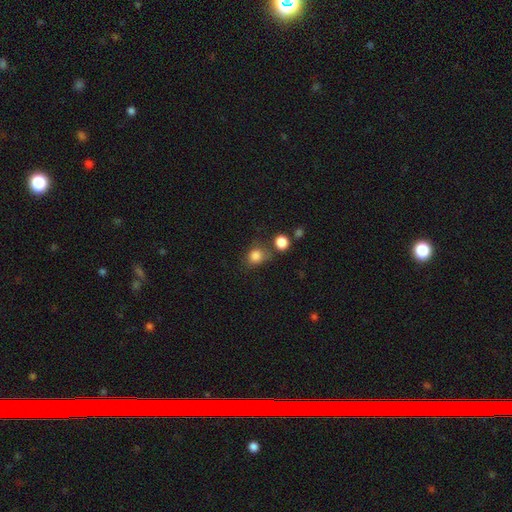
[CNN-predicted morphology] Q: Smooth or featured?
A: smooth (83%); runner-up: star or artifact (11%)
Q: How rounded?
A: round (71%); runner-up: in between (28%)
Q: Merging?
A: none (61%); runner-up: minor disturbance (18%)